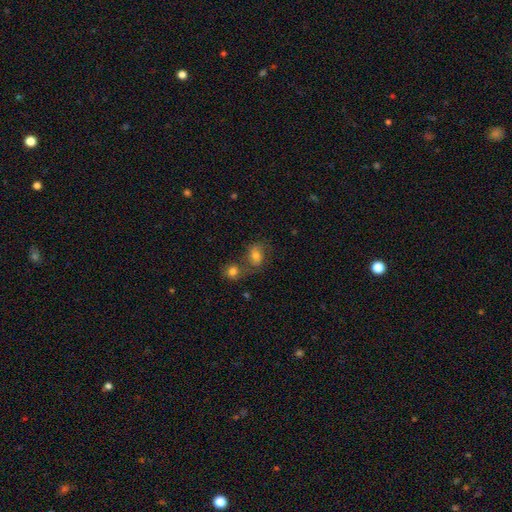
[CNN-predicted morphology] This is likely a smooth galaxy (65%). How rounded: possibly in between (55%). Merging: possibly none (47%).